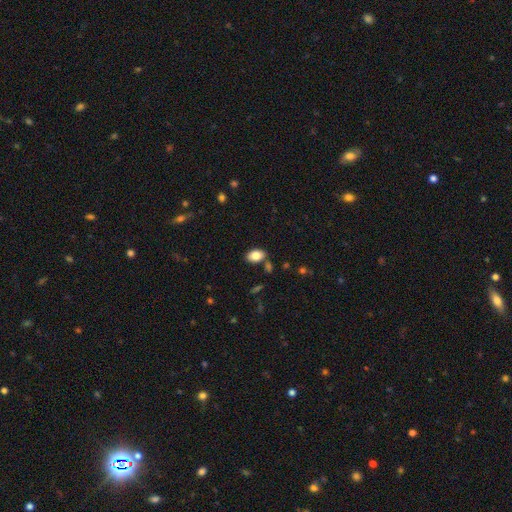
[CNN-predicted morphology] Smooth or featured? smooth (84%)
How rounded? in between (89%)
Merging? none (79%)